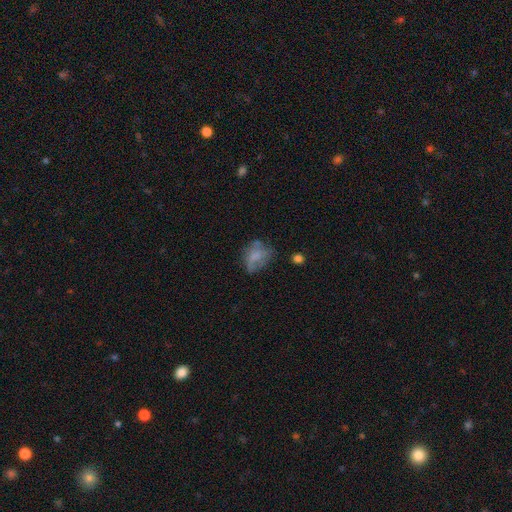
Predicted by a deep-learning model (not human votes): Smooth or featured? smooth (59%)
How rounded? in between (67%)
Merging? none (38%)